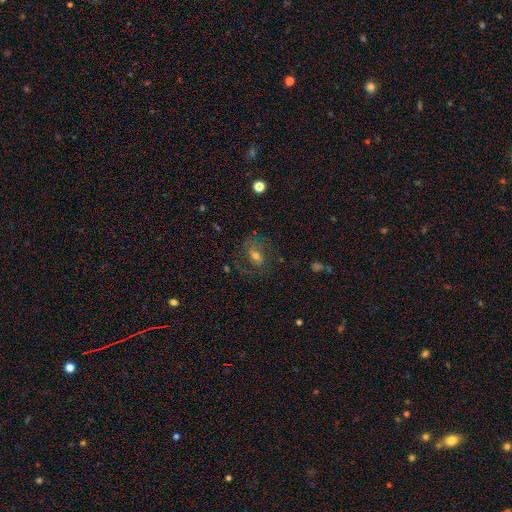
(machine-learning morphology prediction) Smooth or featured? Predicted: featured or disk (p=0.47). Merging? Predicted: none (p=0.65).